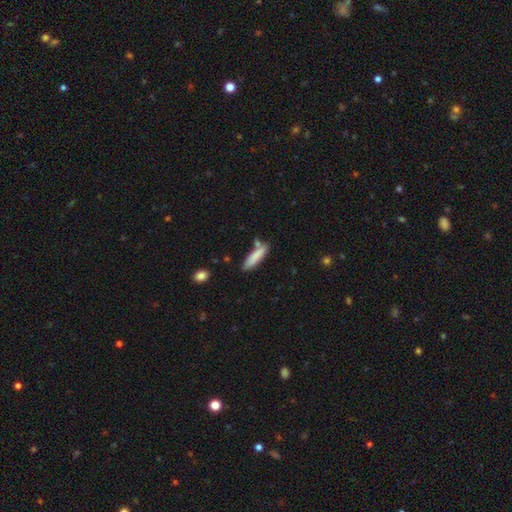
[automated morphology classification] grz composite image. It shows a smooth galaxy with no disk features (83%) that is cigar-shaped (76%). Merging: none (72%).